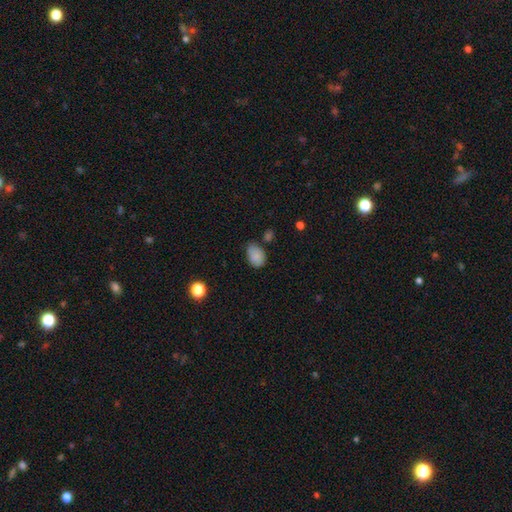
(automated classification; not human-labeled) Smooth or featured? Predicted: smooth (p=0.83). How rounded? Predicted: in between (p=0.80). Merging? Predicted: none (p=0.59).